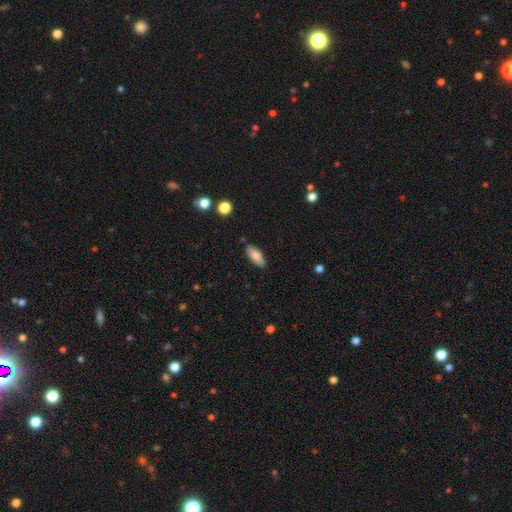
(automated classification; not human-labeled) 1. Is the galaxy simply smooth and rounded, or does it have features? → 80% smooth, 13% featured or disk, 7% star or artifact.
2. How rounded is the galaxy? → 76% in between, 22% cigar-shaped, 2% round.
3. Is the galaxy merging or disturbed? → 83% none, 13% minor disturbance, 2% major disturbance, 2% merger.